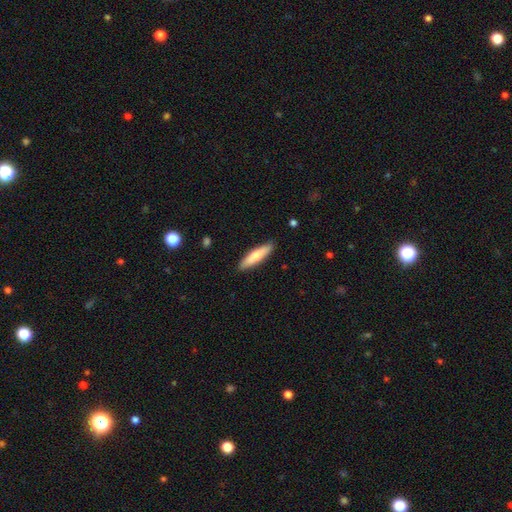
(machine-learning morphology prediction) Overall: smooth (70%). How rounded: cigar-shaped (76%). Merging: none (90%).